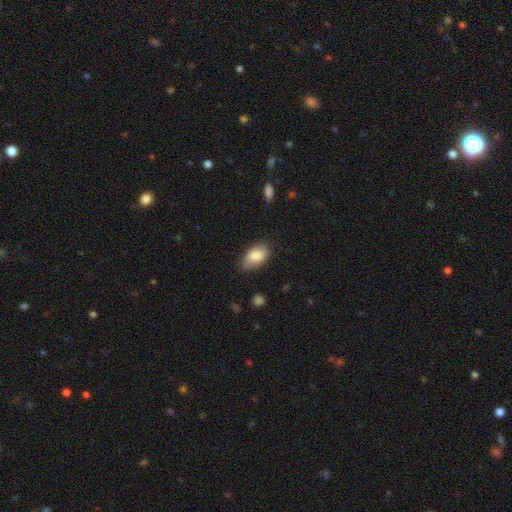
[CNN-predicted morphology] Smooth or featured? Predicted: smooth (p=0.84). How rounded? Predicted: in between (p=0.93). Merging? Predicted: none (p=0.73).